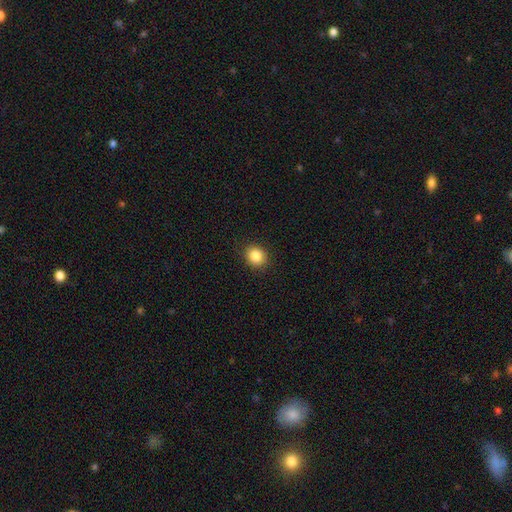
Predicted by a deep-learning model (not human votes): This appears to be a smooth galaxy with no disk features (86%) that is round (73%). Merging: none (90%).